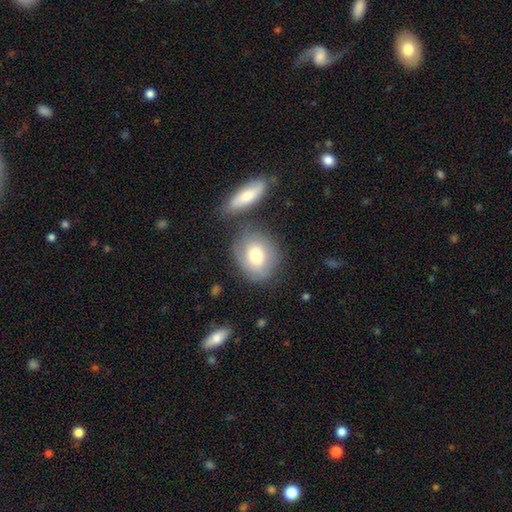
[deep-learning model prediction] A smooth galaxy with no disk features (67%) that is in between round and cigar-shaped (50%).

Vote fractions:
- Smooth or featured? smooth: 67% / featured or disk: 25% / star or artifact: 7%
- How rounded? in between: 50% / round: 48% / cigar-shaped: 2%
- Merging? none: 69% / minor disturbance: 15% / merger: 11% / major disturbance: 5%